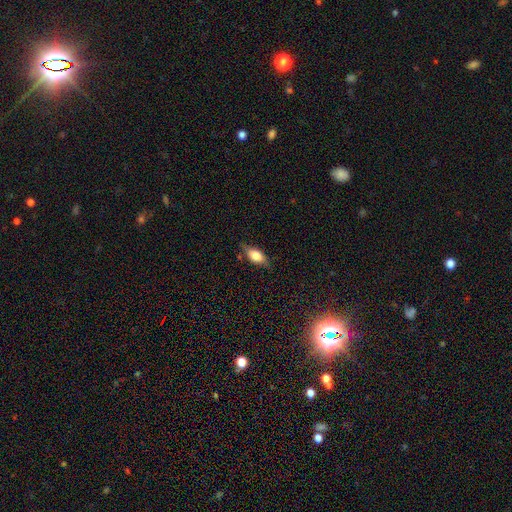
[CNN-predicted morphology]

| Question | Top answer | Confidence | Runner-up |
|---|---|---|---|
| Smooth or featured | smooth | 70% | featured or disk (22%) |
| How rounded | in between | 82% | cigar-shaped (12%) |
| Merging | none | 70% | minor disturbance (23%) |